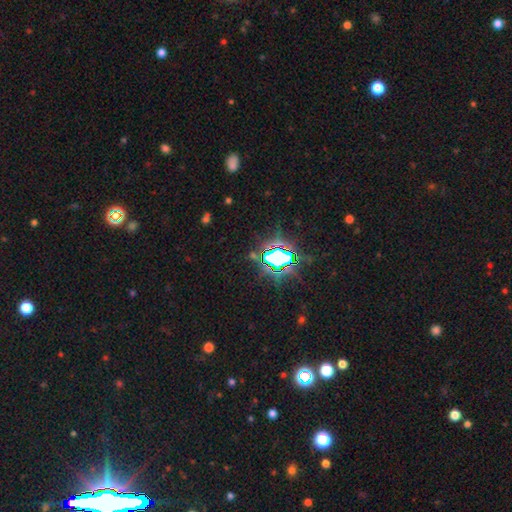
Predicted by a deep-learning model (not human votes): A star or artifact, not a galaxy (78%).

Vote fractions:
- Smooth or featured? star or artifact: 78% / smooth: 14% / featured or disk: 9%